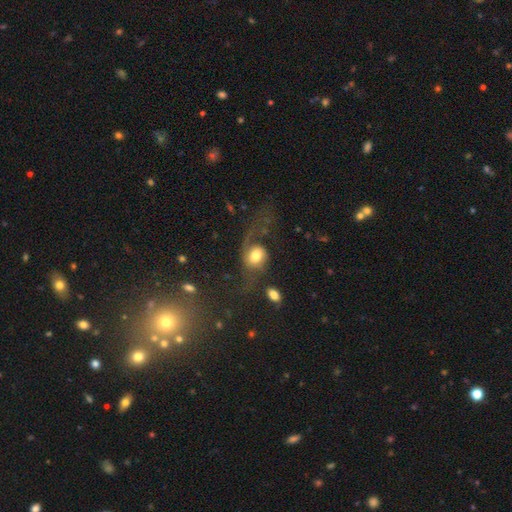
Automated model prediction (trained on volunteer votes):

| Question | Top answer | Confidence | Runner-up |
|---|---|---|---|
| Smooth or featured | smooth | 50% | featured or disk (40%) |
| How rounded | round | 55% | in between (44%) |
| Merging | major disturbance | 47% | none (29%) |